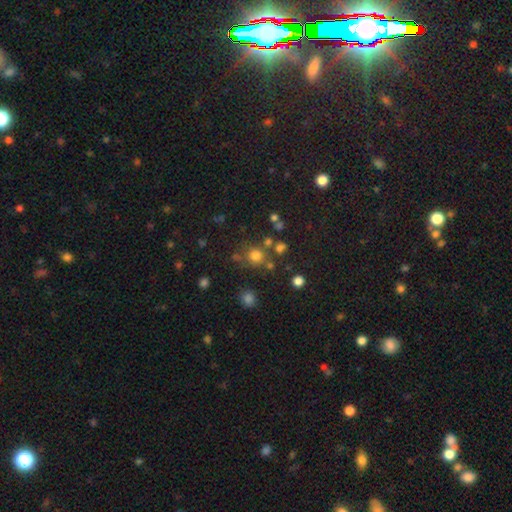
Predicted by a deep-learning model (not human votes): smooth-or-featured: smooth: 73% | star or artifact: 20% | featured or disk: 8%
  how-rounded: round: 90% | in between: 9% | cigar-shaped: 1%
  merging: none: 72% | merger: 13% | minor disturbance: 10% | major disturbance: 5%